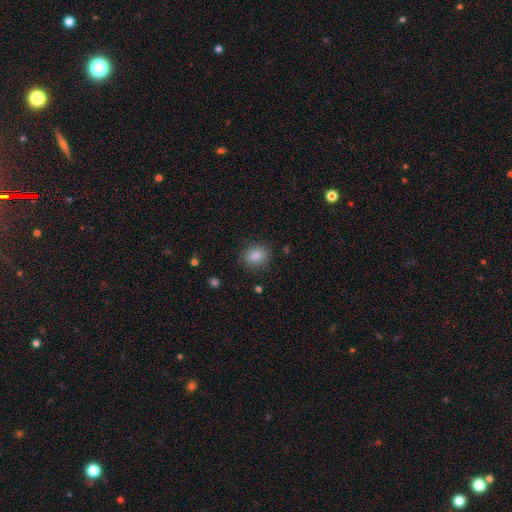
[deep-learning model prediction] This is clearly a smooth galaxy (86%). How rounded: possibly round (57%). Merging: clearly none (85%).